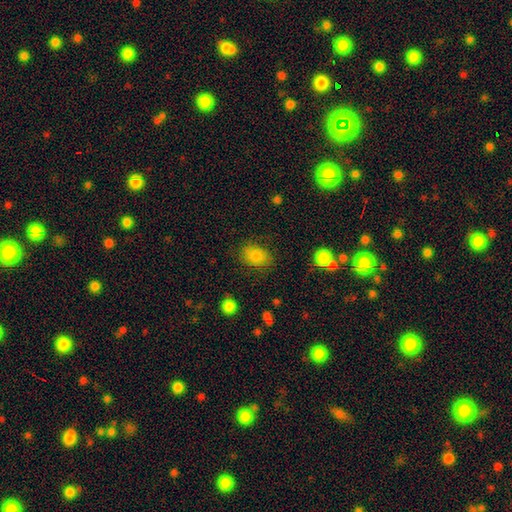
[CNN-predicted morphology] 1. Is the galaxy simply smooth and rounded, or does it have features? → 83% smooth, 9% star or artifact, 7% featured or disk.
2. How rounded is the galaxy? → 75% in between, 24% round, 1% cigar-shaped.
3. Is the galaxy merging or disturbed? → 80% none, 14% minor disturbance, 4% major disturbance, 2% merger.